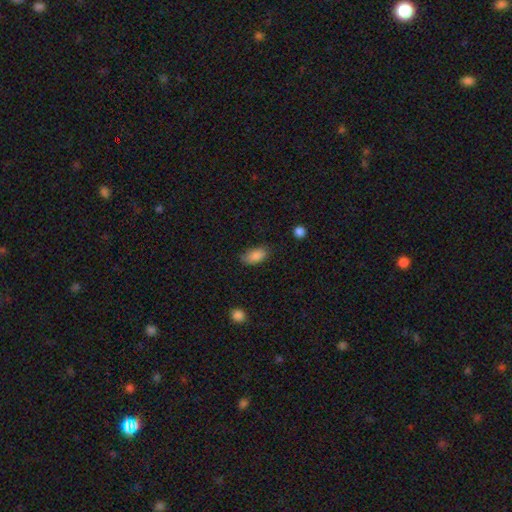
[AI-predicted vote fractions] This appears to be a smooth galaxy with no disk features (86%) that is in between round and cigar-shaped (92%). Merging: none (75%).